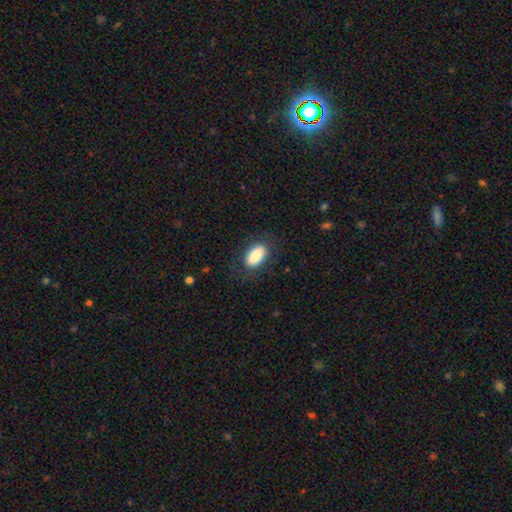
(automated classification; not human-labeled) smooth-or-featured: smooth: 86% | featured or disk: 8% | star or artifact: 6%
  how-rounded: in between: 93% | round: 5% | cigar-shaped: 2%
  merging: none: 80% | minor disturbance: 13% | major disturbance: 6% | merger: 1%